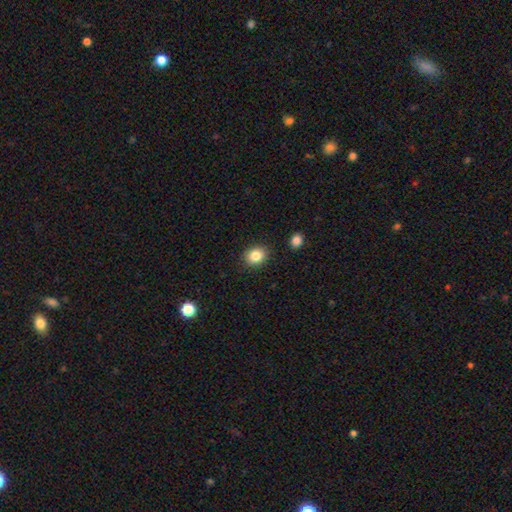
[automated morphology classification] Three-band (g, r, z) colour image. It shows a smooth galaxy with no disk features (84%) that is round (57%). Merging: none (88%).